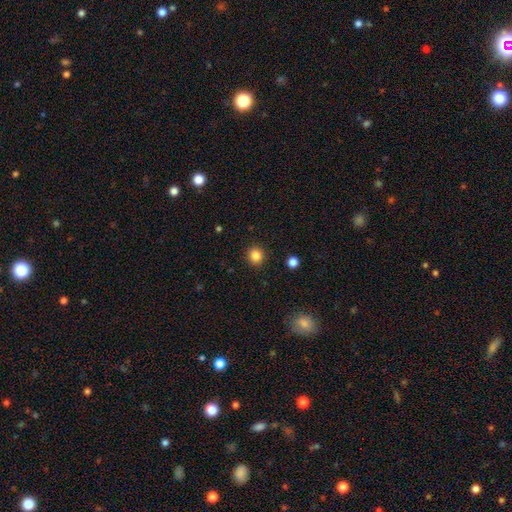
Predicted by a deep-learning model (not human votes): A smooth galaxy with no disk features (85%) that is round (89%). Merging: none (91%).